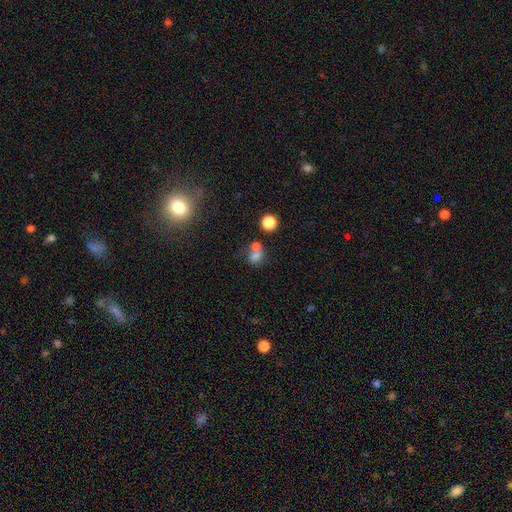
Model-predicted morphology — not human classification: smooth-or-featured: smooth: 69% | star or artifact: 18% | featured or disk: 13%
  how-rounded: round: 61% | in between: 38% | cigar-shaped: 1%
  merging: merger: 46% | none: 36% | minor disturbance: 11% | major disturbance: 7%